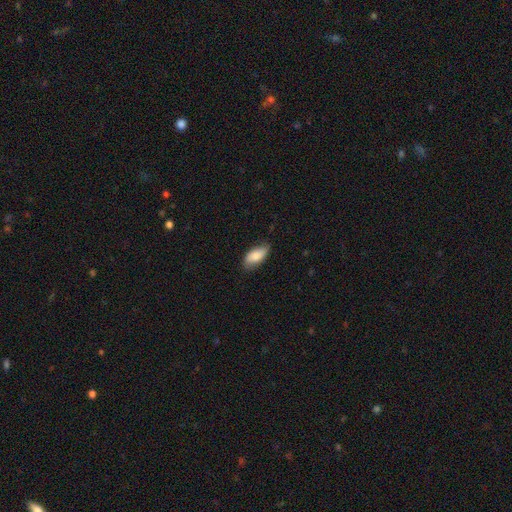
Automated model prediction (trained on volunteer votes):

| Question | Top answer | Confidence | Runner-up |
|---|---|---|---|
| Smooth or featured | smooth | 79% | featured or disk (15%) |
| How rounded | in between | 88% | cigar-shaped (9%) |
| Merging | none | 75% | minor disturbance (21%) |